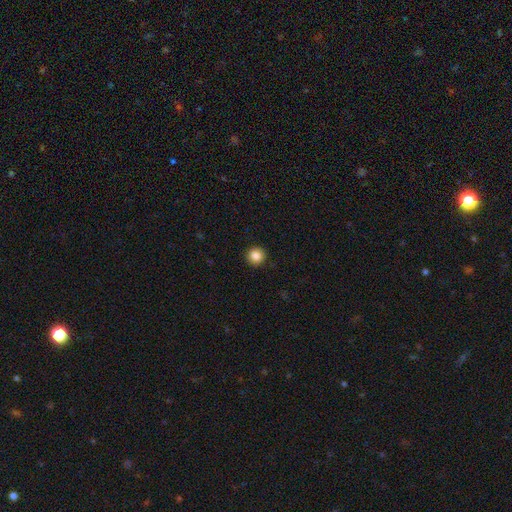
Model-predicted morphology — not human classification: A smooth galaxy with no disk features (86%) that is round (94%).

Vote fractions:
- Smooth or featured? smooth: 86% / star or artifact: 10% / featured or disk: 4%
- How rounded? round: 94% / in between: 5% / cigar-shaped: 1%
- Merging? none: 92% / minor disturbance: 5% / major disturbance: 2% / merger: 1%